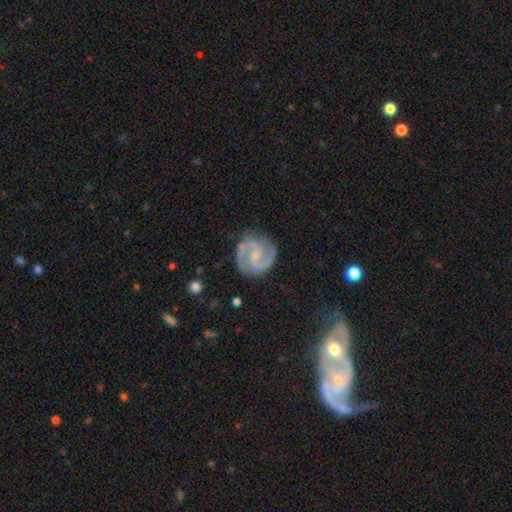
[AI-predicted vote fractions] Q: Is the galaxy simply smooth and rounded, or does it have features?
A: featured or disk — 89%.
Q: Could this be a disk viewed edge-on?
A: no — 98%.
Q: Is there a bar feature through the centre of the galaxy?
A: weak — 48%.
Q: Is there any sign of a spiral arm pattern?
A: yes — 98%.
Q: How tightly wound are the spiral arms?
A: medium — 56%.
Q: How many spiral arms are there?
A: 2 — 92%.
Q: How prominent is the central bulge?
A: small — 53%.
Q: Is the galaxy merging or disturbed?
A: none — 82%.